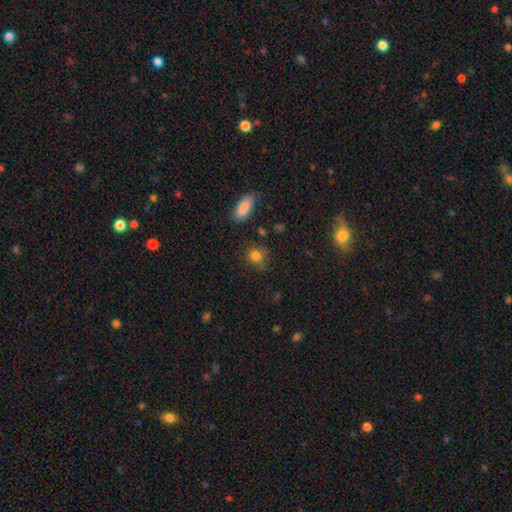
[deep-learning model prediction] Q: Smooth or featured?
A: smooth (81%); runner-up: star or artifact (13%)
Q: How rounded?
A: round (72%); runner-up: in between (26%)
Q: Merging?
A: none (64%); runner-up: minor disturbance (22%)